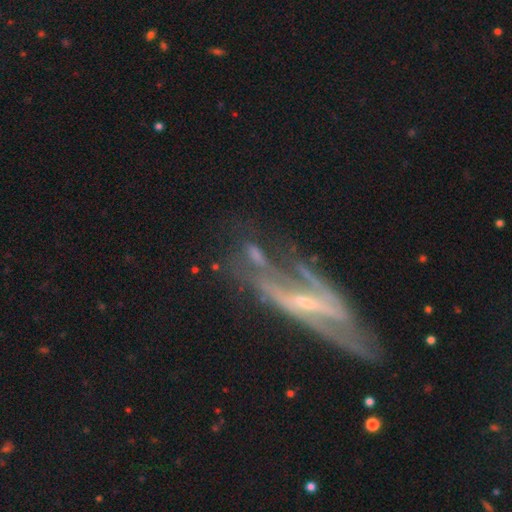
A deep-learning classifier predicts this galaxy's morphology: type=featured or disk (63%); edge-on=no (78%); merging=none (43%).